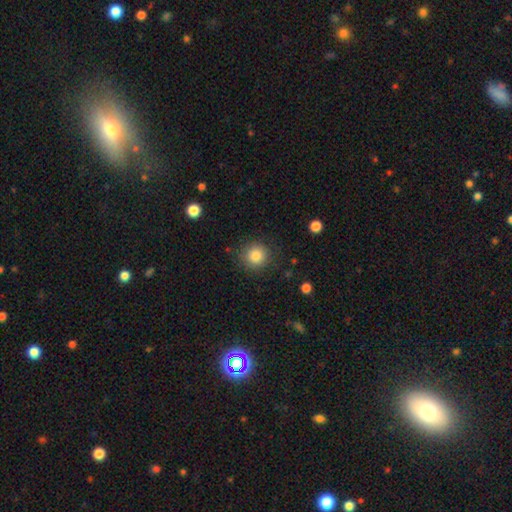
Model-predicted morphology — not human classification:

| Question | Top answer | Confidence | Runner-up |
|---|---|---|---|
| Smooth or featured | smooth | 84% | star or artifact (10%) |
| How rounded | round | 92% | in between (7%) |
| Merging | none | 86% | minor disturbance (10%) |